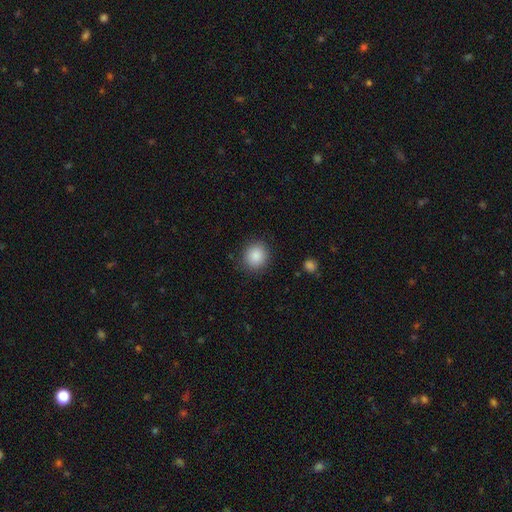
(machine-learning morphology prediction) This is clearly a smooth galaxy (88%). How rounded: clearly round (84%). Merging: clearly none (88%).